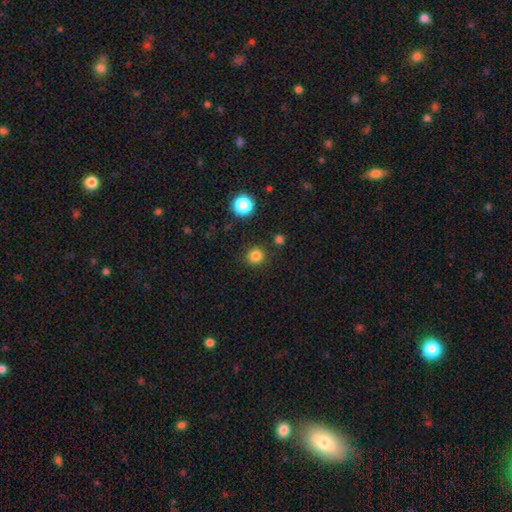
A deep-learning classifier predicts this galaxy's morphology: A smooth galaxy with no disk features (82%) that is round (92%). Merging: none (88%).